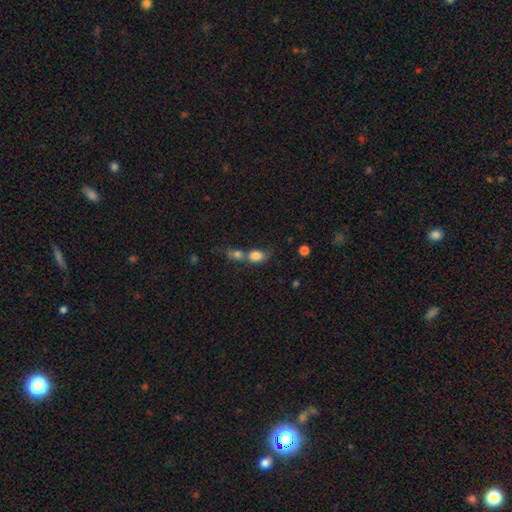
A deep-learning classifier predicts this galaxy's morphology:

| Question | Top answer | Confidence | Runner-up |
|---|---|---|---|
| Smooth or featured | smooth | 82% | star or artifact (10%) |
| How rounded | in between | 57% | round (40%) |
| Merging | merger | 56% | none (28%) |